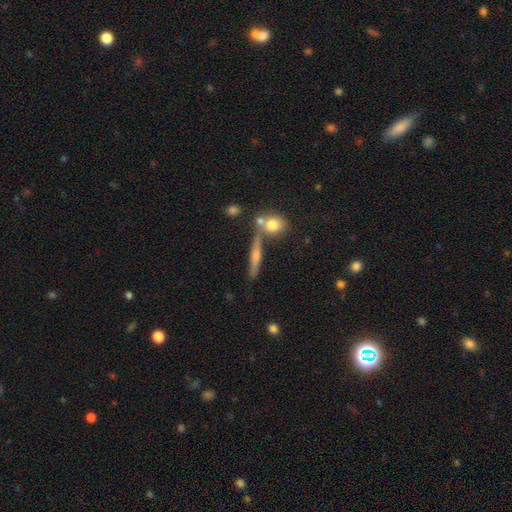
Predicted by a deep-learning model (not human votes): This appears to be a smooth galaxy with no disk features (49%). Merging: none (68%).